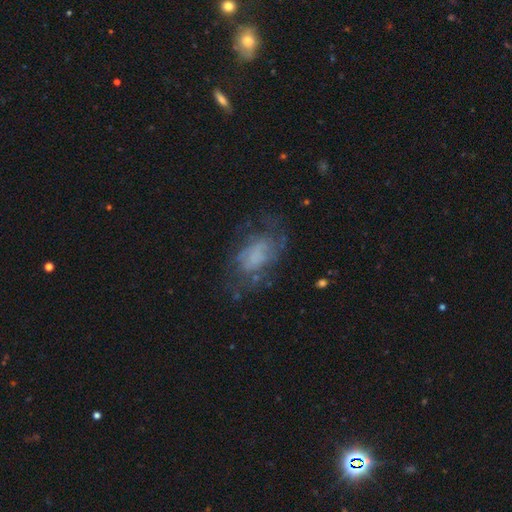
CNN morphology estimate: Smooth or featured? Predicted: featured or disk (p=0.53). Edge-on disk? Predicted: no (p=0.96). Bar? Predicted: no (p=0.79). Spiral arms? Predicted: no (p=0.53). Bulge size? Predicted: none (p=0.63). Merging? Predicted: none (p=0.50).